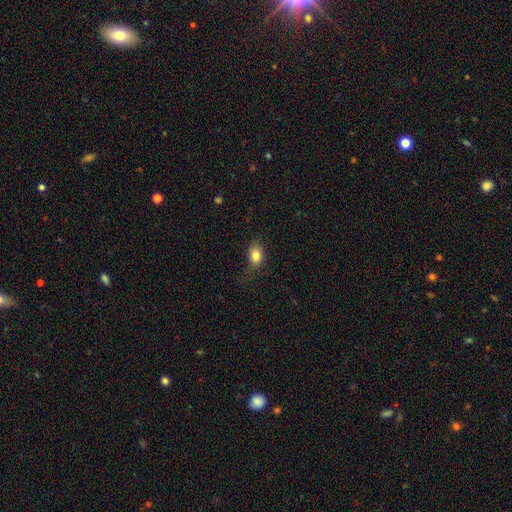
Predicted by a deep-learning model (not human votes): This is clearly a smooth galaxy (82%). How rounded: likely in between (69%). Merging: likely none (64%).